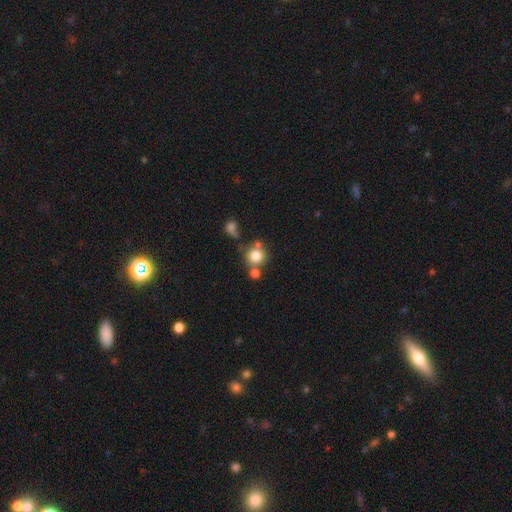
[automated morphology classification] Overall: smooth (79%). How rounded: round (89%). Merging: none (58%; merger 26%).